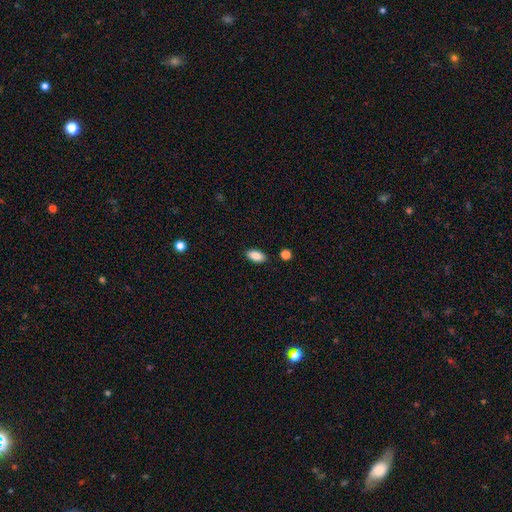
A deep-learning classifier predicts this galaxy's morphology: Overall: smooth (86%). How rounded: in between (92%). Merging: none (88%).